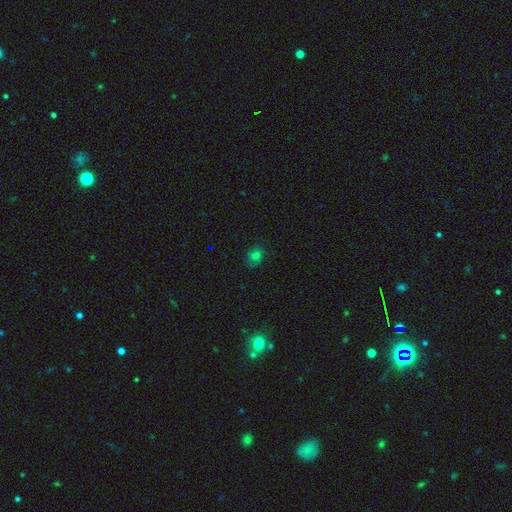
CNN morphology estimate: Smooth or featured: smooth — 66% (star or artifact — 20%)
How rounded: round — 52% (in between — 47%)
Merging: none — 76% (minor disturbance — 18%)